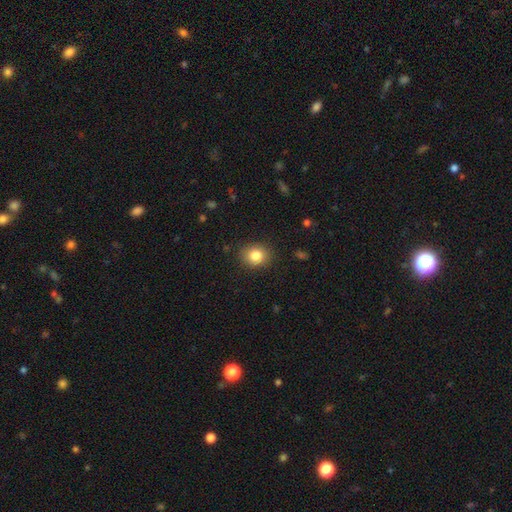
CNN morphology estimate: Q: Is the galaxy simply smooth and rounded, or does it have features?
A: smooth — 83%.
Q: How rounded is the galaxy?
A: round — 68%.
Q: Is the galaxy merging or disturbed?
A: none — 87%.